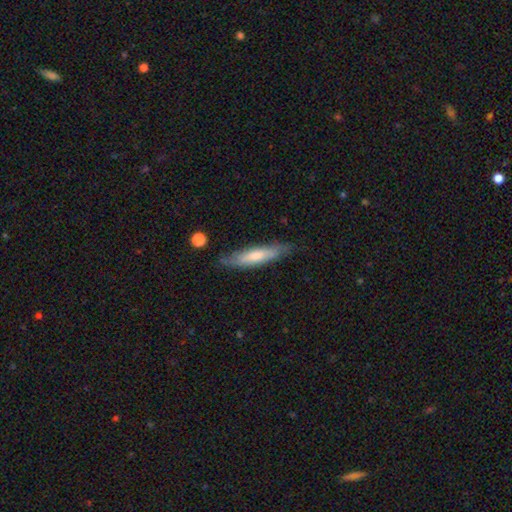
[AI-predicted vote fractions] Overall: smooth (61%; featured or disk 34%). How rounded: cigar-shaped (81%). Merging: none (79%).